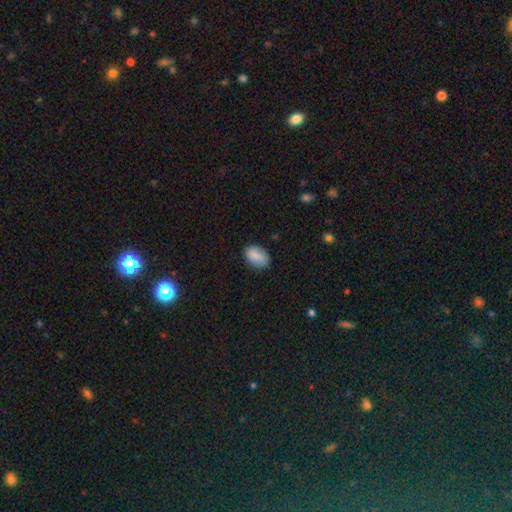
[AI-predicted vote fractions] Q: Smooth or featured?
A: smooth (84%); runner-up: featured or disk (8%)
Q: How rounded?
A: in between (83%); runner-up: round (15%)
Q: Merging?
A: none (76%); runner-up: minor disturbance (19%)